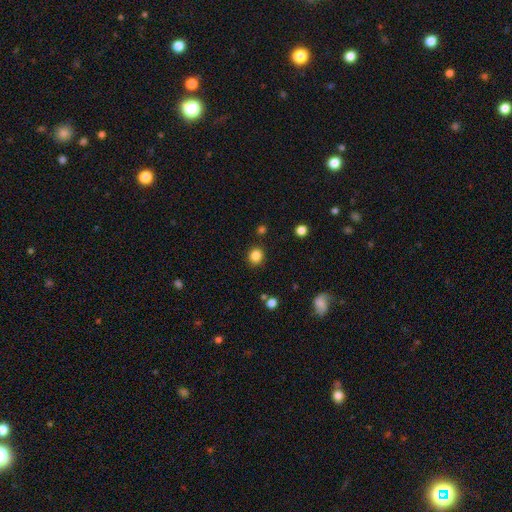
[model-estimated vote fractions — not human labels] Q: Smooth or featured?
A: smooth (85%); runner-up: star or artifact (11%)
Q: How rounded?
A: round (85%); runner-up: in between (14%)
Q: Merging?
A: none (87%); runner-up: minor disturbance (8%)